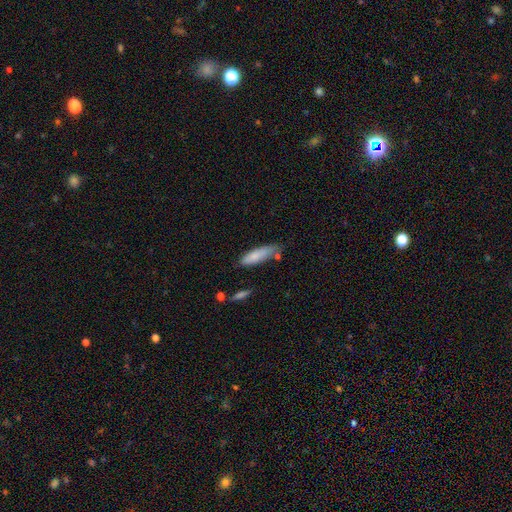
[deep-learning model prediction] This is clearly a smooth galaxy (81%). How rounded: likely cigar-shaped (63%). Merging: likely none (62%).